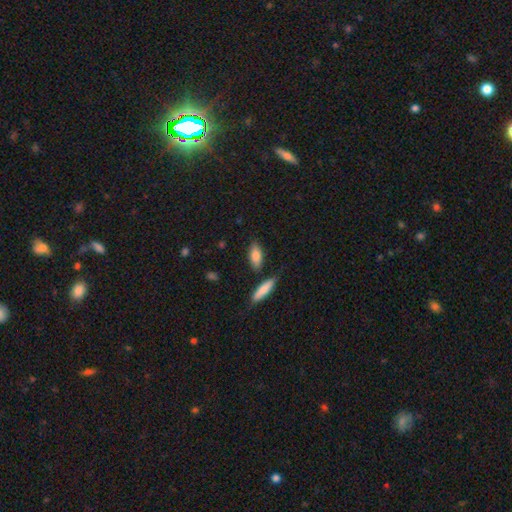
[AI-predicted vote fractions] Q: Smooth or featured?
A: smooth (81%); runner-up: featured or disk (12%)
Q: How rounded?
A: in between (77%); runner-up: cigar-shaped (20%)
Q: Merging?
A: none (77%); runner-up: minor disturbance (13%)